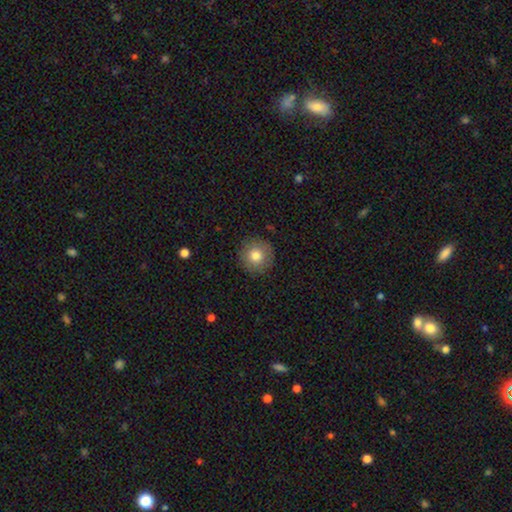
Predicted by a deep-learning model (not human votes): Smooth or featured: smooth — 78% (featured or disk — 12%)
How rounded: round — 95% (in between — 4%)
Merging: none — 89% (minor disturbance — 8%)